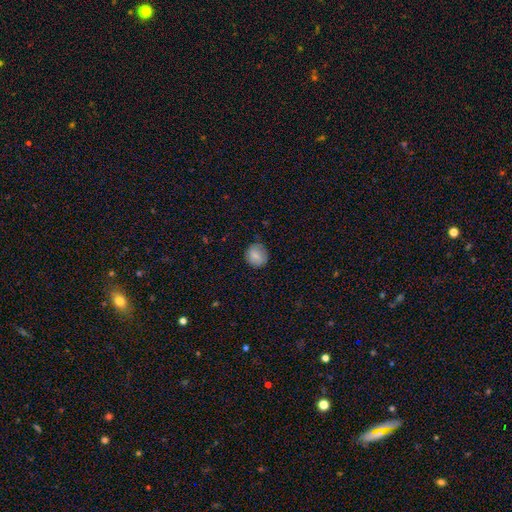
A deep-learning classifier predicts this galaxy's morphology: This is clearly a smooth galaxy (80%). How rounded: clearly round (83%). Merging: likely none (76%).